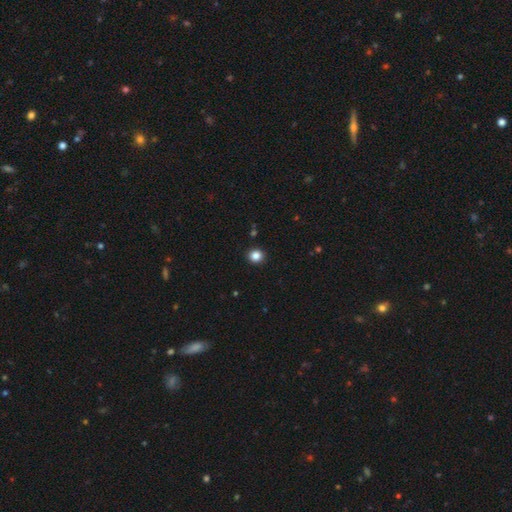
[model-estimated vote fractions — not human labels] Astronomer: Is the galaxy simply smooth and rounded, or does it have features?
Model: smooth — 85%.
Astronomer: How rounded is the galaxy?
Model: round — 86%.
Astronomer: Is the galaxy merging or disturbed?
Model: none — 92%.